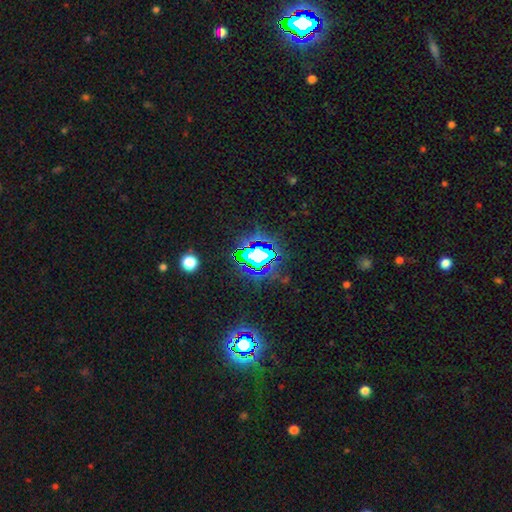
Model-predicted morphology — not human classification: star or artifact 79%, smooth 12%, featured or disk 9%.